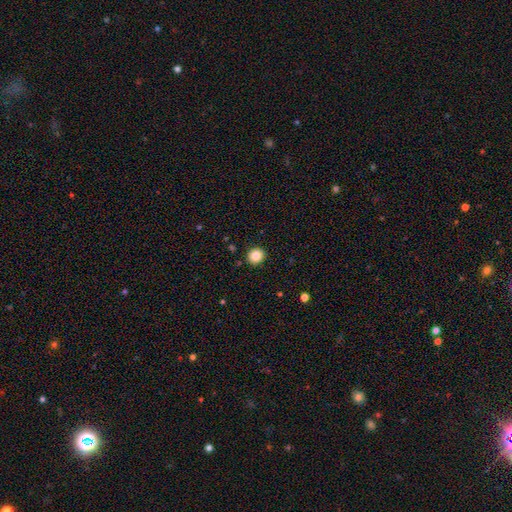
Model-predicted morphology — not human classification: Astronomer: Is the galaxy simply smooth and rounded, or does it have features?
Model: smooth — 84%.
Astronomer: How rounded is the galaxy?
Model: round — 89%.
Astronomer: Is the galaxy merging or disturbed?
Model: none — 92%.